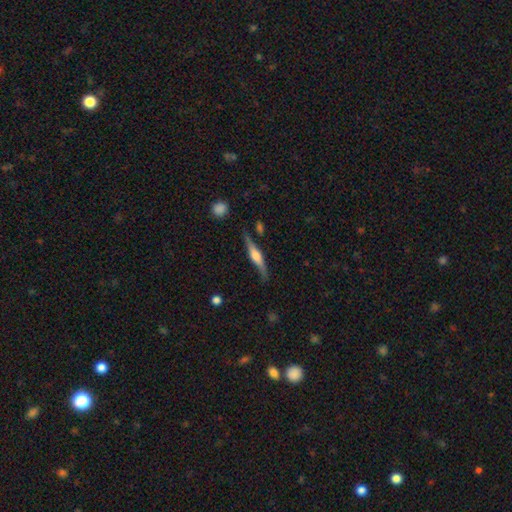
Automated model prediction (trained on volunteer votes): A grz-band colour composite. It shows a featured or disk galaxy (71%) viewed edge-on (96%) with a rounded central bulge (82%). Merging: none (81%).